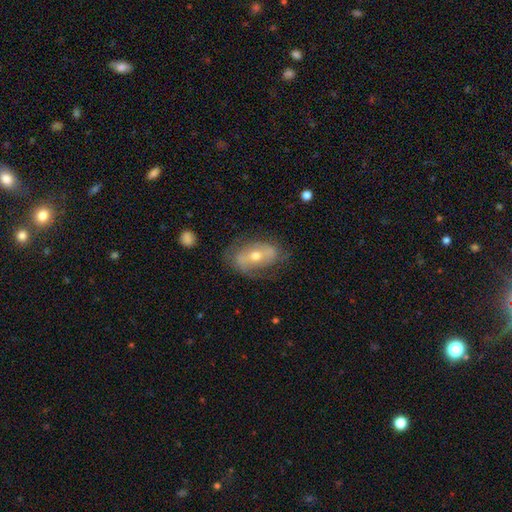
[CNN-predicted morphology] This appears to be a featured or disk galaxy (69%) with a weak bar (35%), spiral arms (74%) and a moderate central bulge (66%). Merging: none (68%).